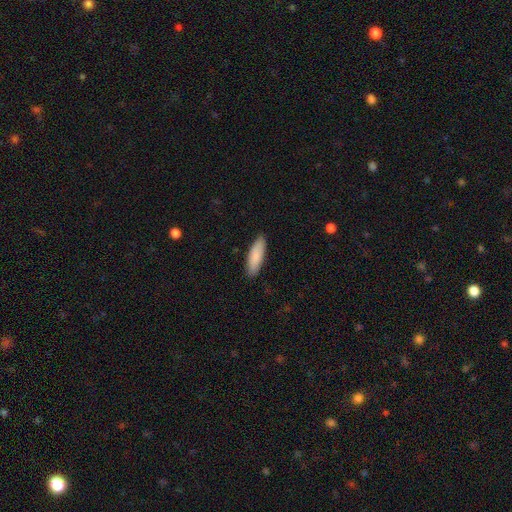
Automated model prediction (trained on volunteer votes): Overall: smooth (88%). How rounded: in between (50%; cigar-shaped 49%). Merging: none (89%).